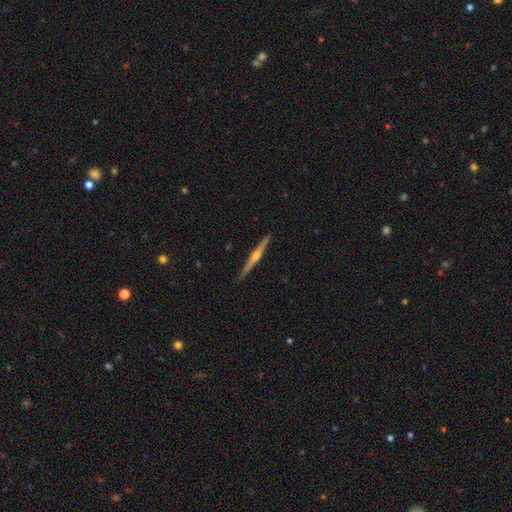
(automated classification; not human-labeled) Q: Smooth or featured?
A: featured or disk (81%); runner-up: smooth (14%)
Q: Edge-on disk?
A: yes (99%); runner-up: no (1%)
Q: Edge-on bulge?
A: rounded (90%); runner-up: none (5%)
Q: Merging?
A: none (92%); runner-up: minor disturbance (6%)